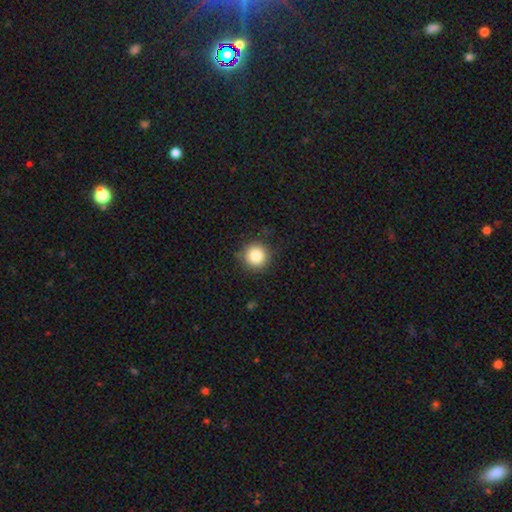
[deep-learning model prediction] Morphology: type=smooth (85%); roundness=round (95%); merging=none (86%).